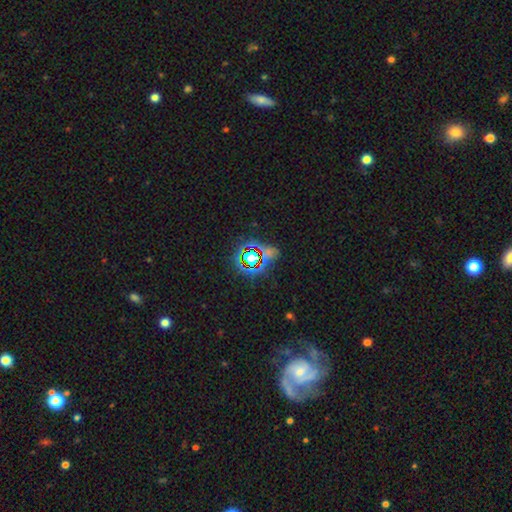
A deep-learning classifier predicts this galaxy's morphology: Smooth or featured: star or artifact — 45% (featured or disk — 38%)